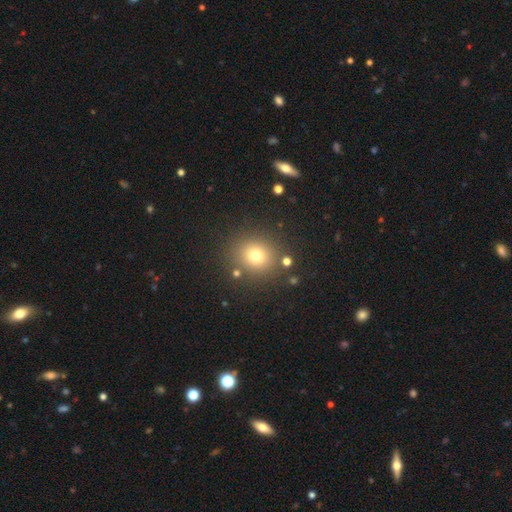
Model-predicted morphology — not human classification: Smooth or featured?
  - smooth: 73% *
  - star or artifact: 17%
  - featured or disk: 9%
How rounded?
  - round: 83% *
  - in between: 16%
  - cigar-shaped: 1%
Merging?
  - none: 84% *
  - minor disturbance: 8%
  - merger: 4%
  - major disturbance: 3%